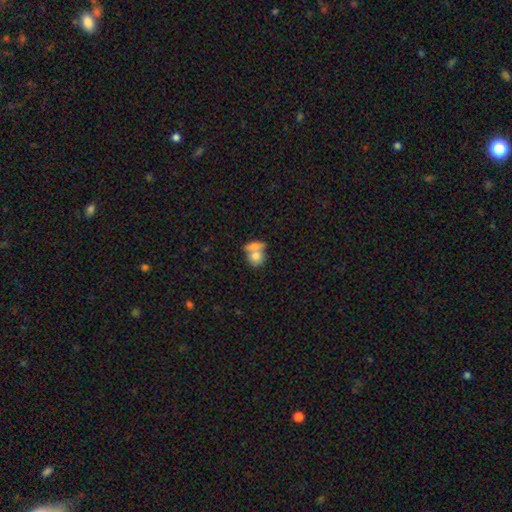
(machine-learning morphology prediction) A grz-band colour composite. It shows a smooth galaxy with no disk features (76%) that is round (57%). Merging: merger (62%).